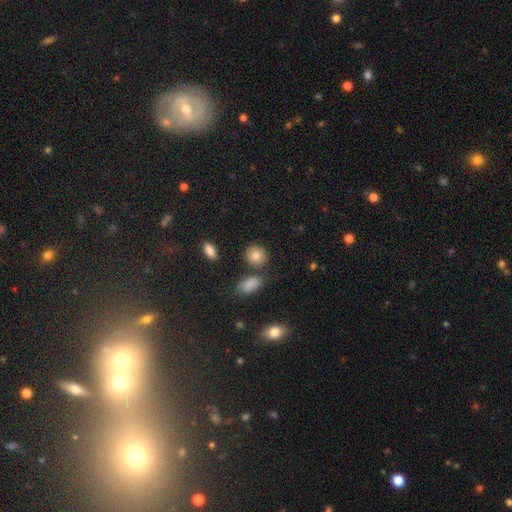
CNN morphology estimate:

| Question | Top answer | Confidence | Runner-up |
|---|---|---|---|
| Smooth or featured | smooth | 83% | star or artifact (9%) |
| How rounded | round | 75% | in between (24%) |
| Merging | none | 77% | minor disturbance (11%) |